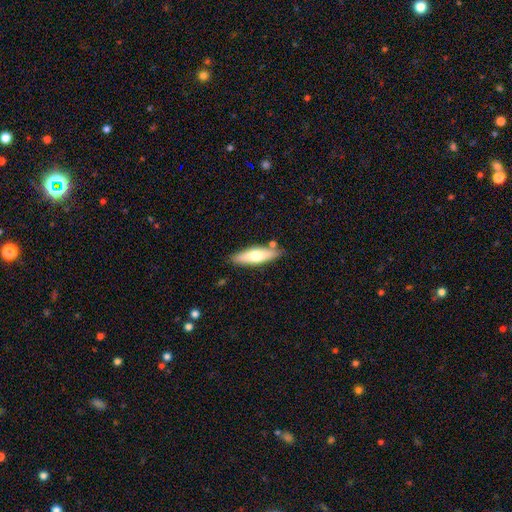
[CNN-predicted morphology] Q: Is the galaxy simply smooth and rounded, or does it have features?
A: smooth — 65%.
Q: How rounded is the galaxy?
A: cigar-shaped — 57%.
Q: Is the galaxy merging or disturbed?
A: none — 81%.